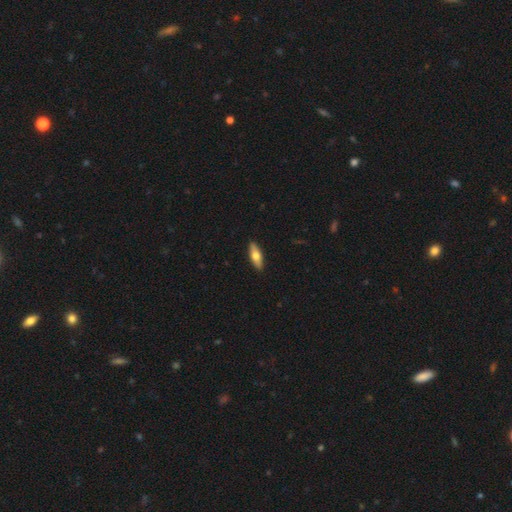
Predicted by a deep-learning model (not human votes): smooth 64%, featured or disk 31%, star or artifact 5%. Down the decision tree: how rounded — in between (57%); merging — none (90%).